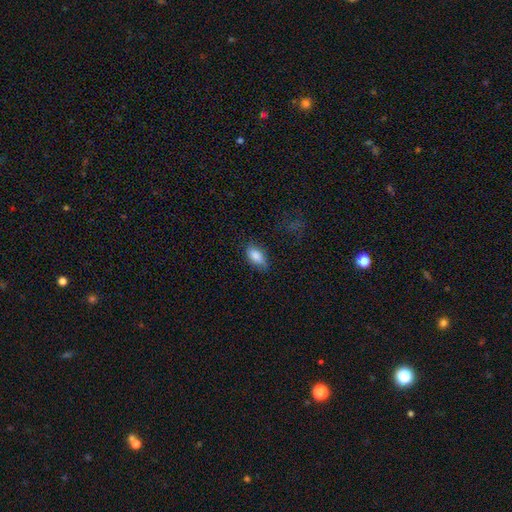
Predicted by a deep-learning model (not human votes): A smooth galaxy with no disk features (85%) that is in between round and cigar-shaped (91%).

Vote fractions:
- Smooth or featured? smooth: 85% / featured or disk: 8% / star or artifact: 7%
- How rounded? in between: 91% / cigar-shaped: 6% / round: 4%
- Merging? none: 71% / minor disturbance: 23% / major disturbance: 5% / merger: 1%